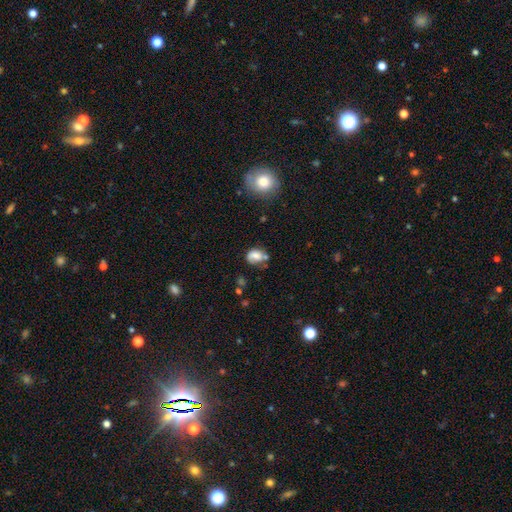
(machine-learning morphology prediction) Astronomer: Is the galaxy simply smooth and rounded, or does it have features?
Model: smooth — 65%.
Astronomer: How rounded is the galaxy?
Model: in between — 60% (runner-up: round, 39%).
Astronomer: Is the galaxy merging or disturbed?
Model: none — 46% (runner-up: minor disturbance, 28%).